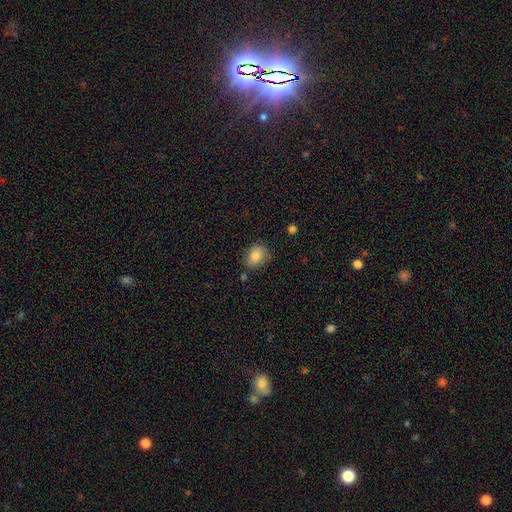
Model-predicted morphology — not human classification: This appears to be a smooth galaxy with no disk features (82%) that is in between round and cigar-shaped (67%). Merging: none (66%).